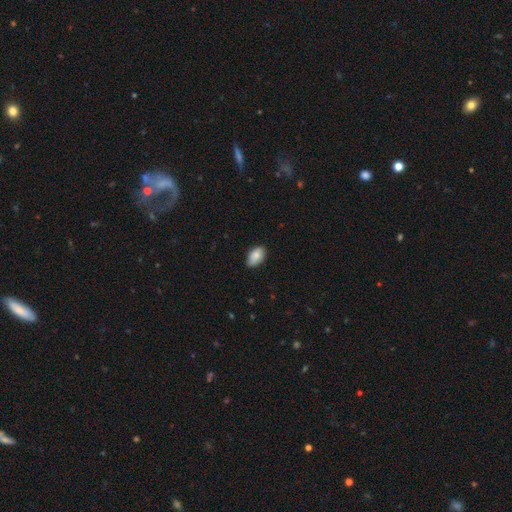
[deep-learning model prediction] A smooth galaxy with no disk features (83%) that is in between round and cigar-shaped (93%).

Vote fractions:
- Smooth or featured? smooth: 83% / featured or disk: 10% / star or artifact: 7%
- How rounded? in between: 93% / round: 5% / cigar-shaped: 2%
- Merging? none: 78% / minor disturbance: 19% / major disturbance: 2% / merger: 1%